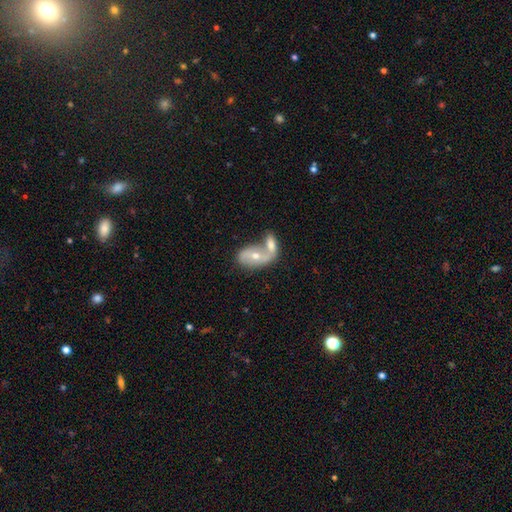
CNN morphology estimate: Overall: featured or disk (55%; smooth 37%). Edge-on disk: no (93%). Bar: no (66%). Spiral arms: yes (56%; no 44%). Bulge size: moderate (56%; small 38%). Merging: merger (66%).